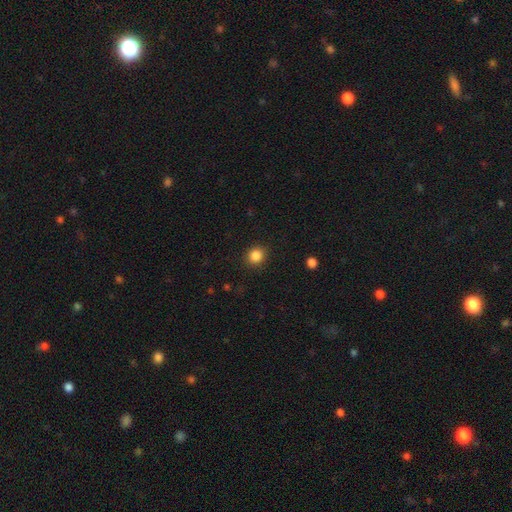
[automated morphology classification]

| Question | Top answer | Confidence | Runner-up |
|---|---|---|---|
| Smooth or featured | smooth | 86% | star or artifact (11%) |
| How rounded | round | 84% | in between (15%) |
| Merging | none | 89% | minor disturbance (7%) |